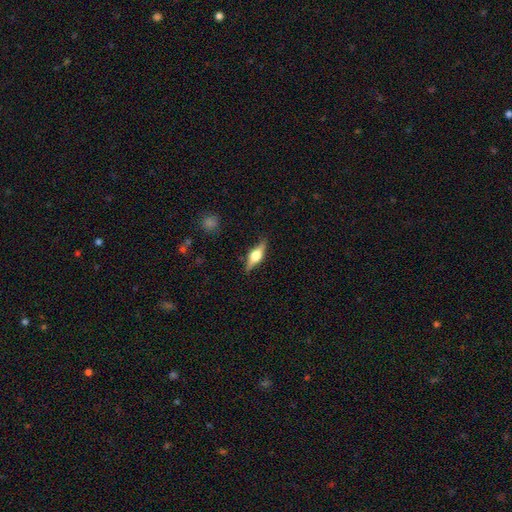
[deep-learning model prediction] A featured or disk galaxy (65%) viewed edge-on (95%) with a rounded central bulge (93%).

Vote fractions:
- Smooth or featured? featured or disk: 65% / smooth: 28% / star or artifact: 6%
- Edge-on disk? yes: 95% / no: 5%
- Edge-on bulge? rounded: 93% / boxy: 5% / none: 1%
- Merging? none: 86% / minor disturbance: 10% / major disturbance: 2% / merger: 1%